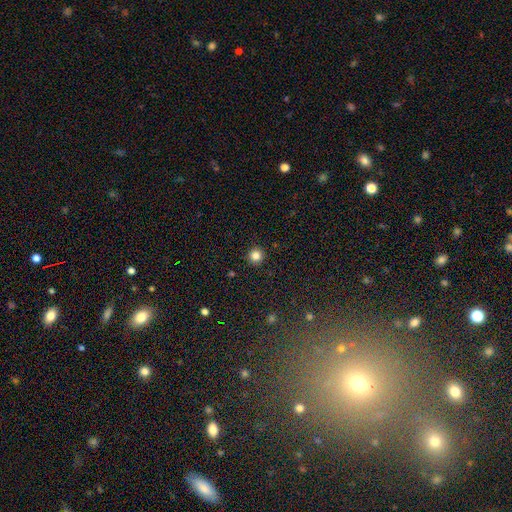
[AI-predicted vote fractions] The model was most divided on "smooth or featured": smooth: 84%, star or artifact: 12%, featured or disk: 4%. More confident: how rounded — round (96%); merging — none (93%).